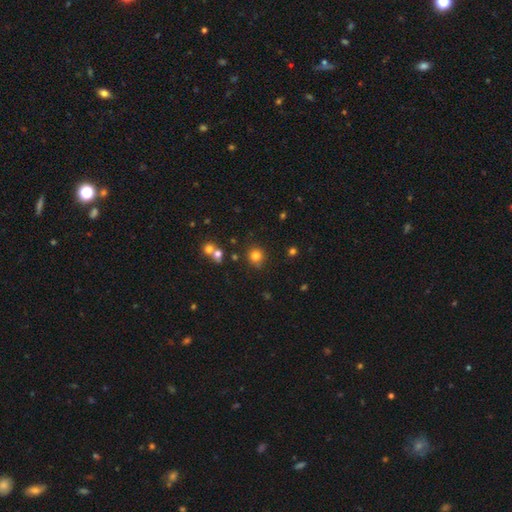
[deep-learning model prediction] Q: Smooth or featured?
A: smooth (79%); runner-up: star or artifact (14%)
Q: How rounded?
A: round (90%); runner-up: in between (9%)
Q: Merging?
A: none (79%); runner-up: minor disturbance (11%)